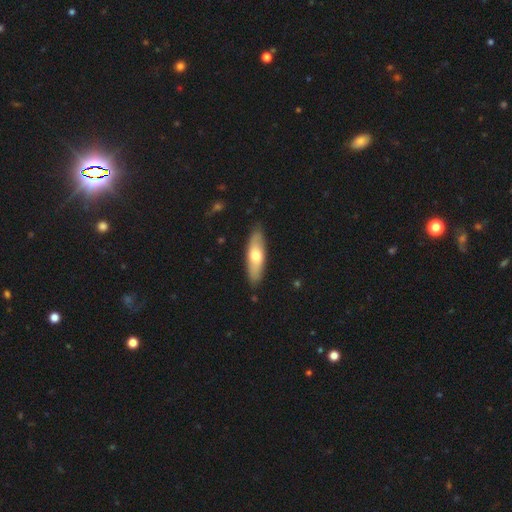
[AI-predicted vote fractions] Morphology: type=smooth (60%); roundness=cigar-shaped (53%); merging=none (87%).